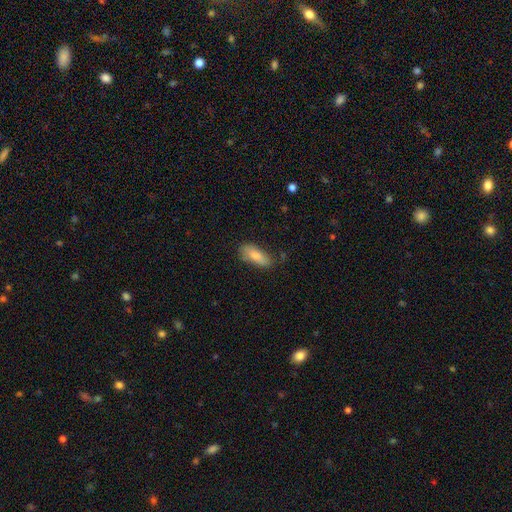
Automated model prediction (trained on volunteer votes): smooth-or-featured: smooth: 80% | featured or disk: 14% | star or artifact: 6%
  how-rounded: in between: 76% | cigar-shaped: 22% | round: 2%
  merging: none: 68% | minor disturbance: 24% | major disturbance: 5% | merger: 3%